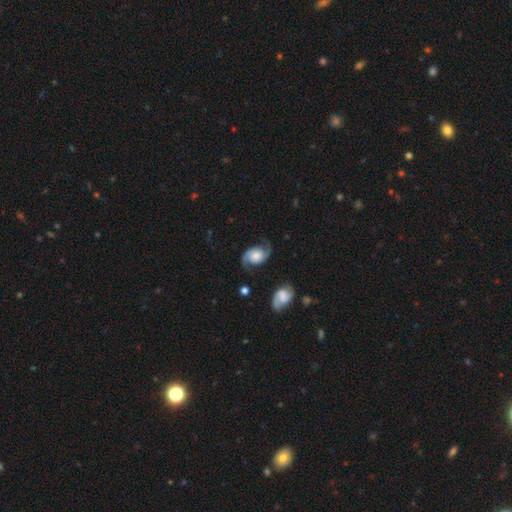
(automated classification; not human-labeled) Smooth or featured: featured or disk — 84% (smooth — 10%)
Edge-on disk: no — 97% (yes — 3%)
Bar: no — 71% (weak — 23%)
Spiral arms: yes — 97% (no — 3%)
Spiral winding: medium — 46% (loose — 35%)
Spiral arm count: 2 — 92% (can't tell — 2%)
Bulge size: moderate — 46% (small — 27%)
Merging: none — 71% (minor disturbance — 18%)